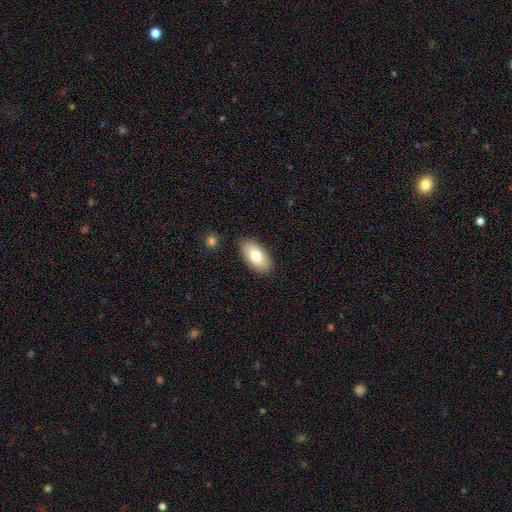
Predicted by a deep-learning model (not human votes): Overall: smooth (76%). How rounded: in between (92%). Merging: none (87%).